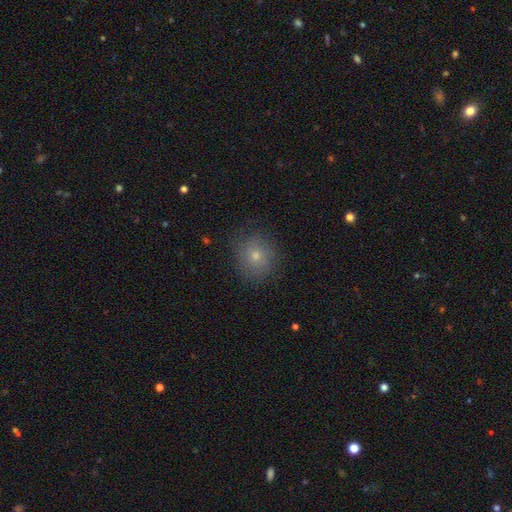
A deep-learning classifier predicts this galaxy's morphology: Smooth or featured? smooth (62%)
How rounded? round (84%)
Merging? none (80%)